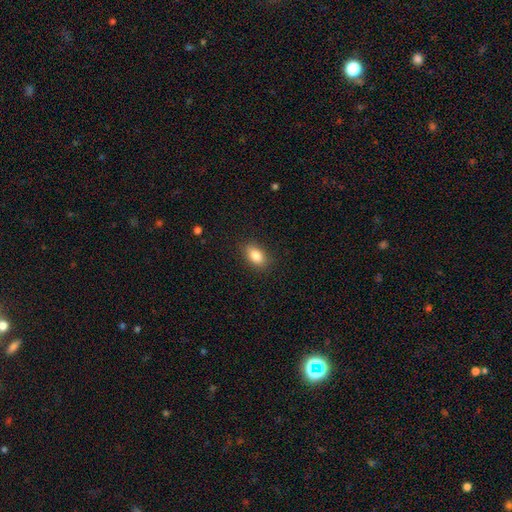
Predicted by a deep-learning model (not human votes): smooth_or_featured: smooth (p=0.86) [alt: star or artifact p=0.08]
how_rounded: in between (p=0.88) [alt: round p=0.09]
merging: none (p=0.87) [alt: minor disturbance p=0.10]